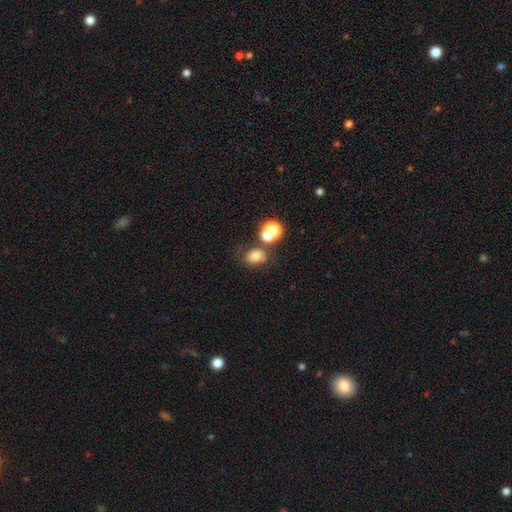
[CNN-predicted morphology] smooth_or_featured: smooth (p=0.74) [alt: star or artifact p=0.14]
how_rounded: in between (p=0.60) [alt: round p=0.39]
merging: none (p=0.47) [alt: merger p=0.32]